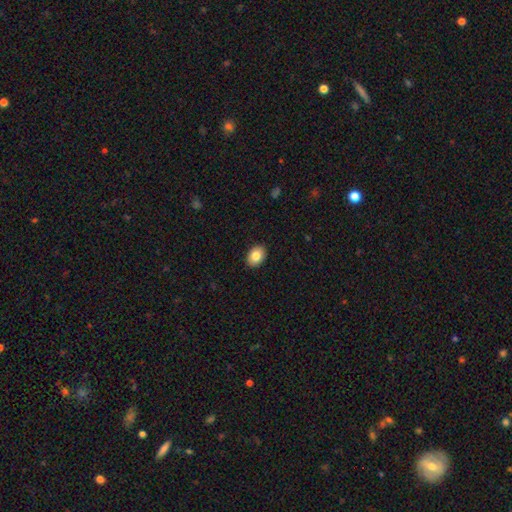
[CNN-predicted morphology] Smooth or featured? Predicted: smooth (p=0.84). How rounded? Predicted: in between (p=0.76). Merging? Predicted: none (p=0.90).